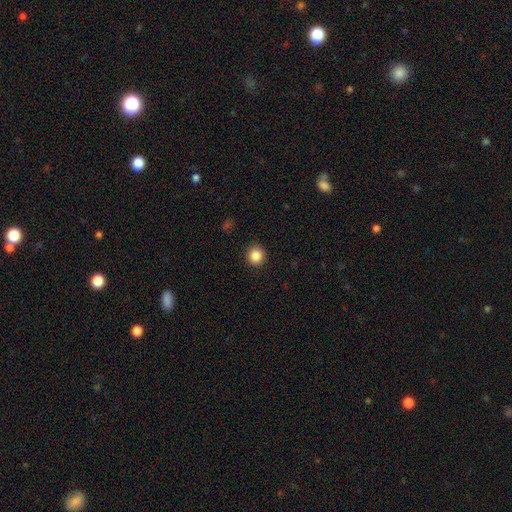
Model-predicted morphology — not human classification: This is clearly a smooth galaxy (86%). How rounded: clearly round (92%). Merging: clearly none (91%).